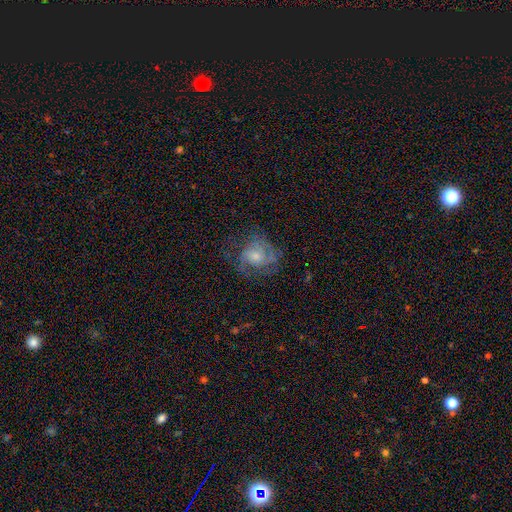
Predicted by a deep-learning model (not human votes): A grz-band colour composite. It shows a featured or disk galaxy (61%) with no bar (69%), spiral arms (83%) and a moderate central bulge (46%). Merging: none (61%).